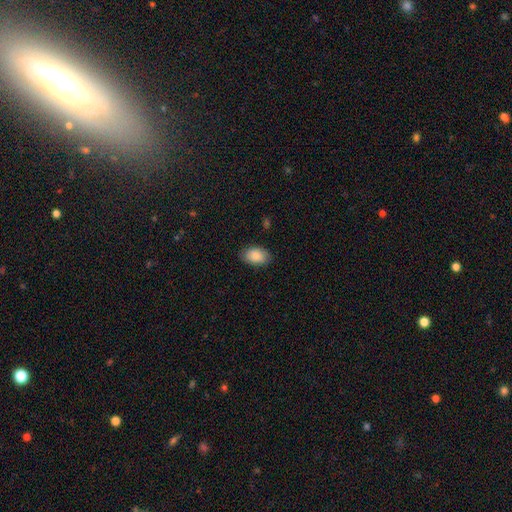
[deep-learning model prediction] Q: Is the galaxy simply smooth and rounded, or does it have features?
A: smooth — 83%.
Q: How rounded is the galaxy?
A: in between — 90%.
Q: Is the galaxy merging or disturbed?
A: none — 84%.